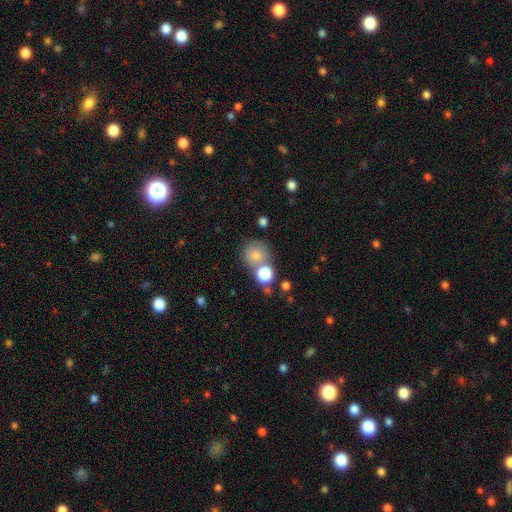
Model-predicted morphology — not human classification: Overall: smooth (77%). How rounded: round (84%). Merging: none (53%; merger 30%).